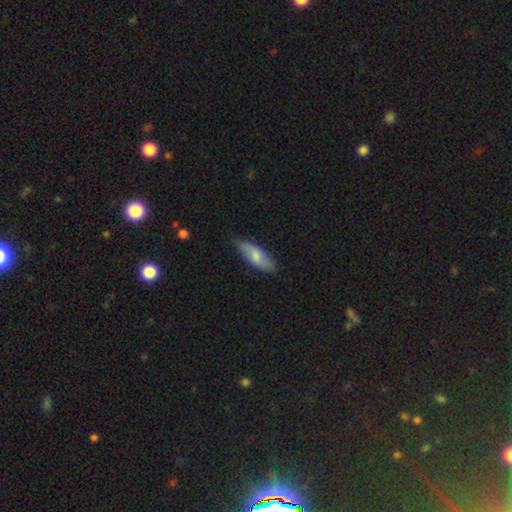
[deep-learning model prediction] Smooth or featured: smooth — 70% (featured or disk — 24%)
How rounded: in between — 65% (cigar-shaped — 32%)
Merging: none — 78% (minor disturbance — 19%)